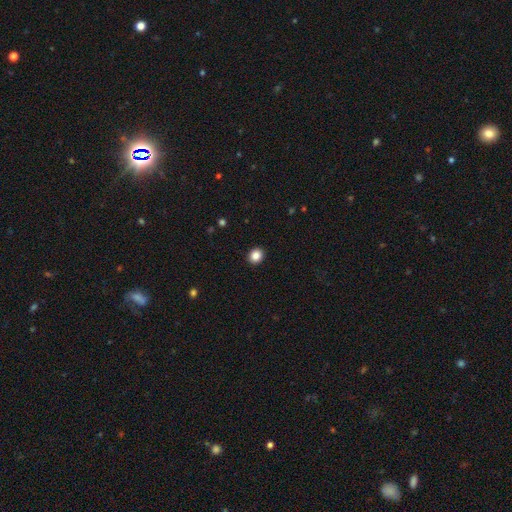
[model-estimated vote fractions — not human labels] smooth_or_featured: smooth (p=0.87) [alt: star or artifact p=0.10]
how_rounded: round (p=0.75) [alt: in between p=0.24]
merging: none (p=0.92) [alt: minor disturbance p=0.05]